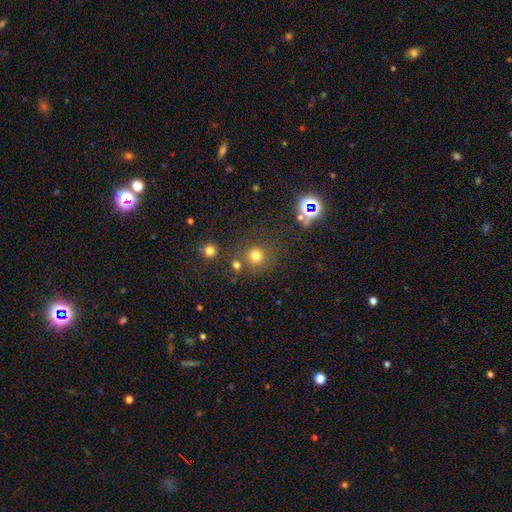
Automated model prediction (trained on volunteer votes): Smooth or featured: smooth — 75% (star or artifact — 19%)
How rounded: round — 92% (in between — 7%)
Merging: none — 74% (merger — 12%)